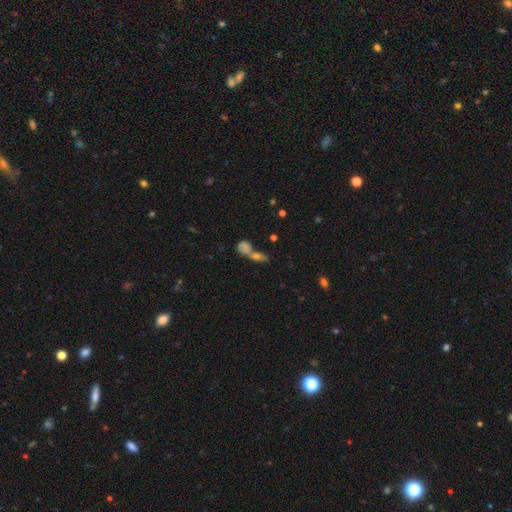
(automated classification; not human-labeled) smooth_or_featured: smooth (p=0.55) [alt: featured or disk p=0.22]
how_rounded: in between (p=0.57) [alt: round p=0.22]
merging: merger (p=0.55) [alt: none p=0.30]